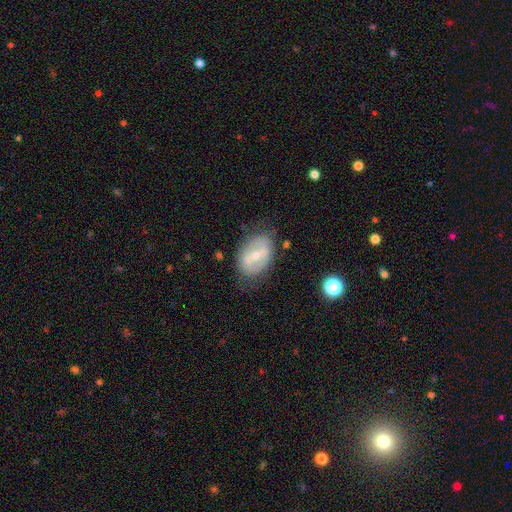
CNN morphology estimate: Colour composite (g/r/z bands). It shows a featured or disk galaxy (61%) with a strong bar (41%), no spiral arms (66%) and a small central bulge (50%). Merging: none (71%).